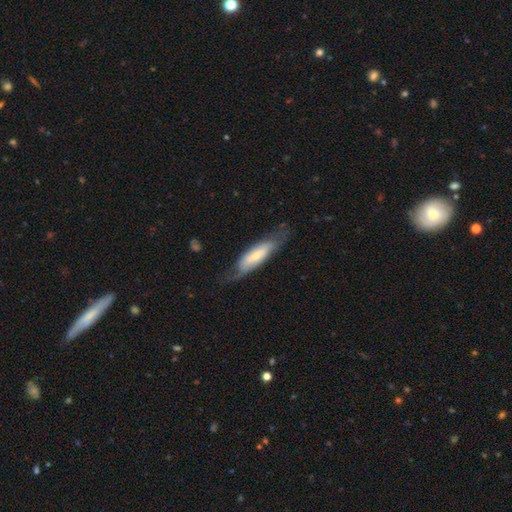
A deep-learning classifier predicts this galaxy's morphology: smooth-or-featured: featured or disk: 49% | smooth: 45% | star or artifact: 6%
  merging: none: 64% | minor disturbance: 23% | major disturbance: 12% | merger: 2%